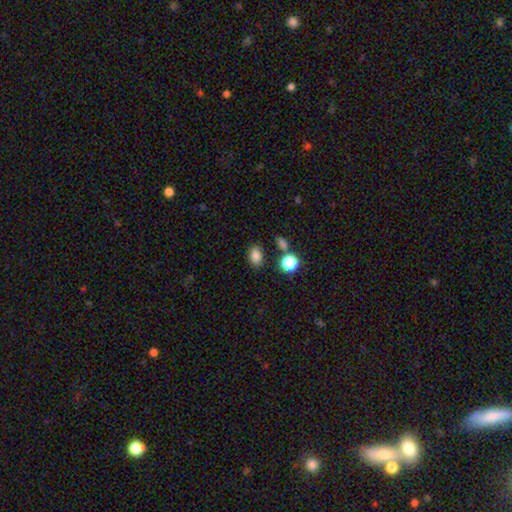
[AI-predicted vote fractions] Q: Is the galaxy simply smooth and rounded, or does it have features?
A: smooth — 83%.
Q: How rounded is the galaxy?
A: in between — 77%.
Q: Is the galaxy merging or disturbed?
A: none — 81%.